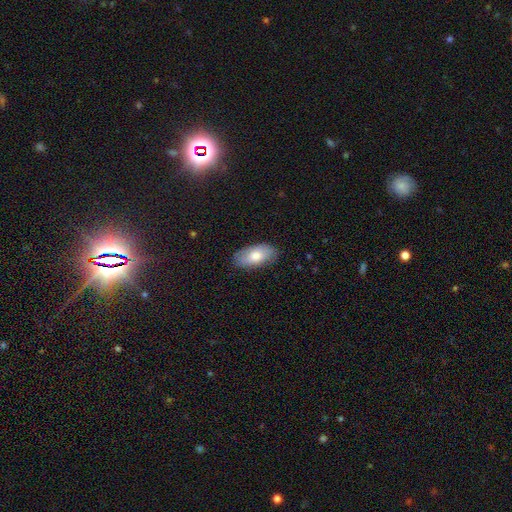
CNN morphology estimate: smooth_or_featured: smooth (p=0.74) [alt: featured or disk p=0.20]
how_rounded: in between (p=0.93) [alt: cigar-shaped p=0.04]
merging: none (p=0.83) [alt: minor disturbance p=0.14]